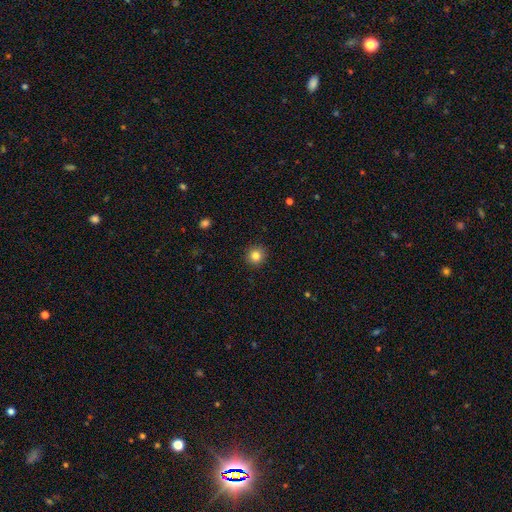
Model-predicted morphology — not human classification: type=smooth (82%); roundness=round (93%); merging=none (92%).